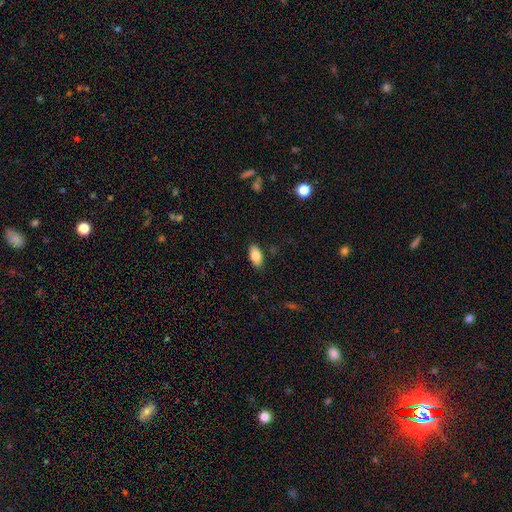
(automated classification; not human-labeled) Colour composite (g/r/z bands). It shows a smooth galaxy with no disk features (82%) that is in between round and cigar-shaped (92%). Merging: none (86%).